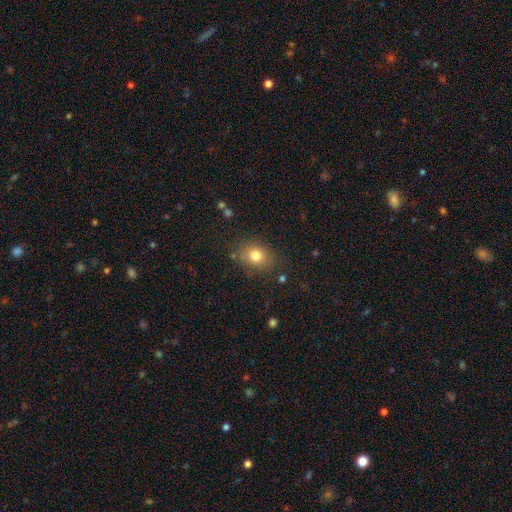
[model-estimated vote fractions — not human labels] Q: Smooth or featured?
A: smooth (79%); runner-up: star or artifact (11%)
Q: How rounded?
A: in between (55%); runner-up: round (44%)
Q: Merging?
A: none (78%); runner-up: minor disturbance (14%)